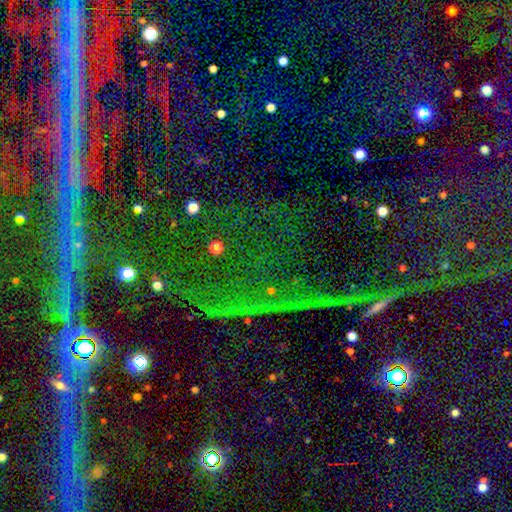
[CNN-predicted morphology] The model was most divided on "smooth or featured": star or artifact: 79%, featured or disk: 11%, smooth: 10%.